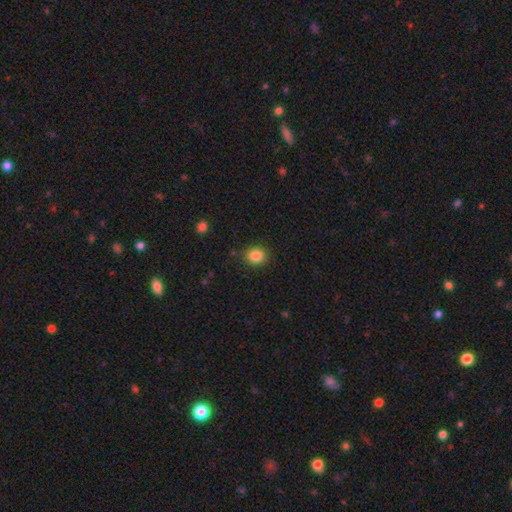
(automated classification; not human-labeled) Overall: smooth (85%). How rounded: round (83%). Merging: none (87%).